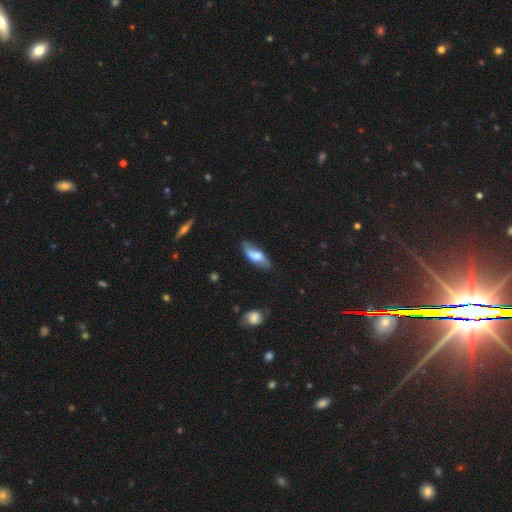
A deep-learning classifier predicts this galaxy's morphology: smooth-or-featured: smooth: 47% | featured or disk: 46% | star or artifact: 7%
  merging: none: 65% | minor disturbance: 26% | major disturbance: 7% | merger: 2%